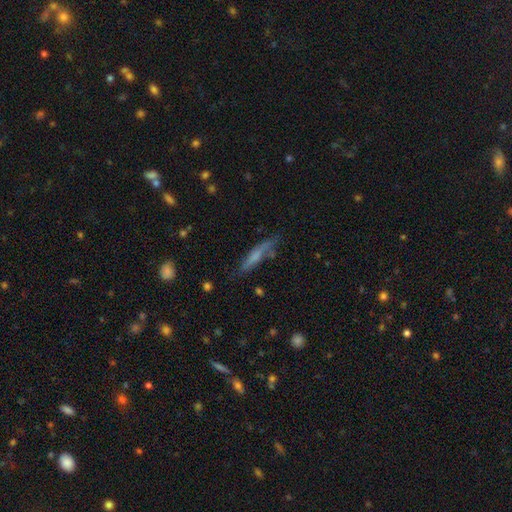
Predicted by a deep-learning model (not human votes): Smooth or featured: smooth — 53% (featured or disk — 38%)
How rounded: cigar-shaped — 86% (in between — 12%)
Merging: none — 64% (minor disturbance — 23%)